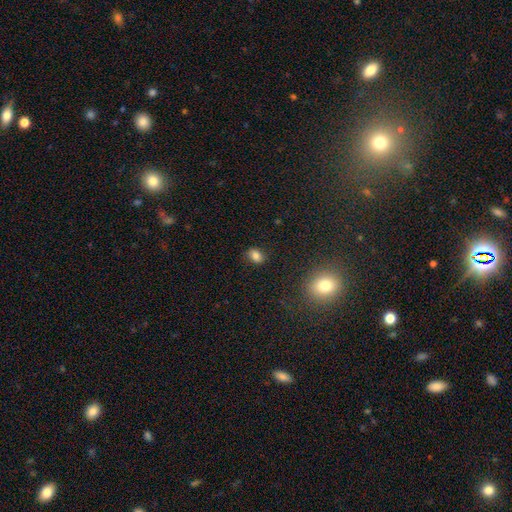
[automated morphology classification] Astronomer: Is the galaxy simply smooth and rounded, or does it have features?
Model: smooth — 80%.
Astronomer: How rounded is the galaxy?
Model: in between — 70%.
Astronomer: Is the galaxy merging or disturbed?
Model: none — 82%.